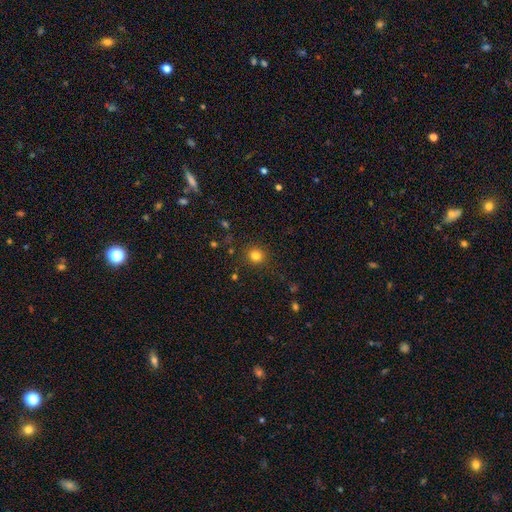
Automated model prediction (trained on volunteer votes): smooth 81%, star or artifact 14%, featured or disk 5%. Down the decision tree: how rounded — round (90%); merging — none (89%).